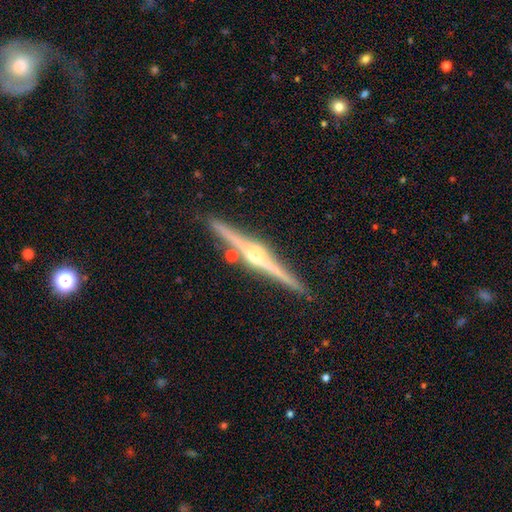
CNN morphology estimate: smooth-or-featured: featured or disk: 88% | smooth: 7% | star or artifact: 5%
  disk-edge-on: yes: 99% | no: 1%
    edge-on-bulge: rounded: 93% | boxy: 4% | none: 3%
  merging: none: 89% | minor disturbance: 7% | merger: 3% | major disturbance: 1%